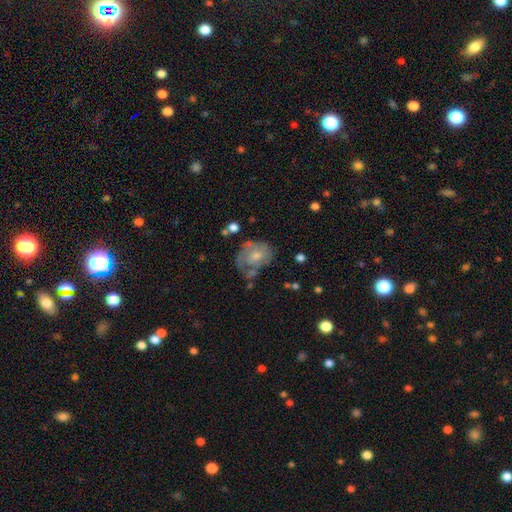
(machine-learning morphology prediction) A smooth galaxy with no disk features (48%).

Vote fractions:
- Smooth or featured? smooth: 48% / featured or disk: 44% / star or artifact: 7%
- Merging? none: 38% / minor disturbance: 29% / major disturbance: 25% / merger: 8%